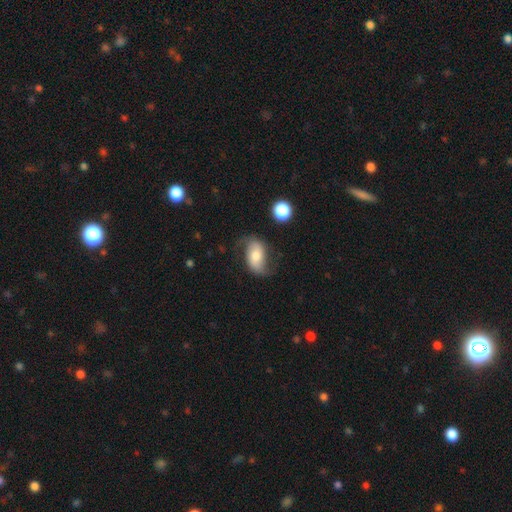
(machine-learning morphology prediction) This is possibly a featured or disk galaxy (56%). It is clearly not viewed edge-on (95%). Bar: possibly no (53%). Spiral arm pattern: clearly yes (86%). Central bulge: possibly moderate (56%). Merging: likely none (62%).